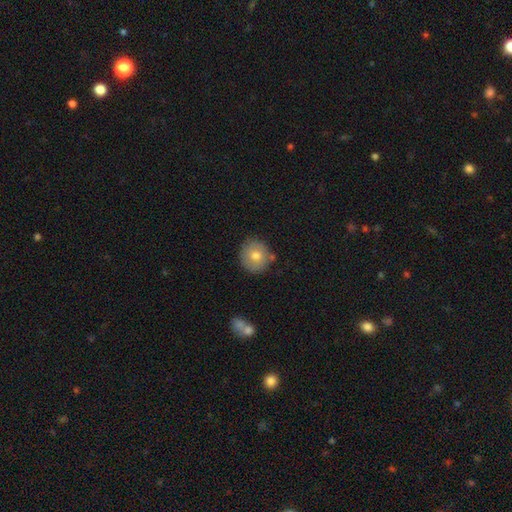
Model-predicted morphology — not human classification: Smooth or featured?
  - smooth: 74% *
  - featured or disk: 19%
  - star or artifact: 8%
How rounded?
  - round: 90% *
  - in between: 9%
  - cigar-shaped: 1%
Merging?
  - none: 80% *
  - minor disturbance: 13%
  - merger: 5%
  - major disturbance: 3%